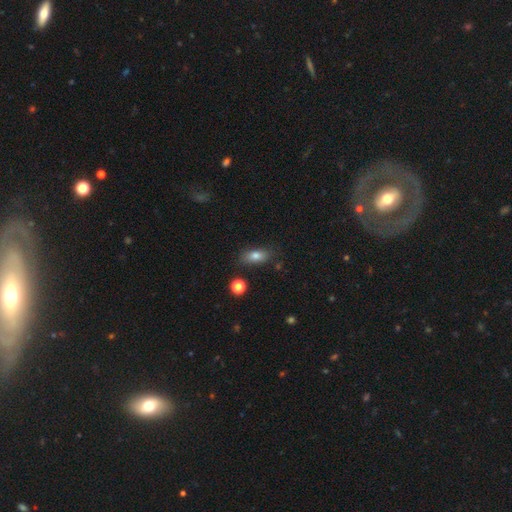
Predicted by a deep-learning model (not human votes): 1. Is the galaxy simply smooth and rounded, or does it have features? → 80% smooth, 11% featured or disk, 9% star or artifact.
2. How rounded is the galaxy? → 81% in between, 11% cigar-shaped, 7% round.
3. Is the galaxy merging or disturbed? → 79% none, 14% minor disturbance, 4% major disturbance, 3% merger.